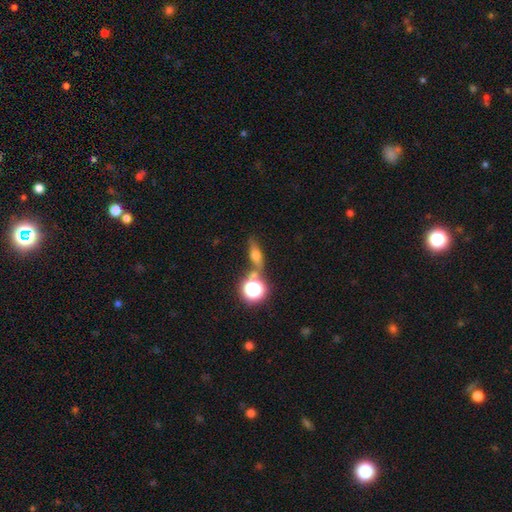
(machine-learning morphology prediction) Smooth or featured: smooth — 49% (featured or disk — 30%)
Merging: none — 65% (merger — 17%)